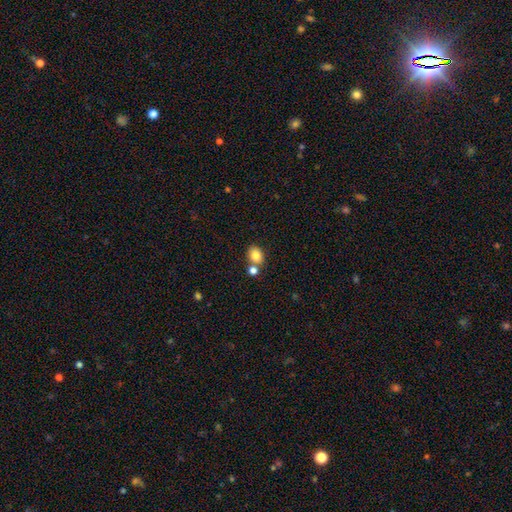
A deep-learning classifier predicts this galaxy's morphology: This appears to be a smooth galaxy with no disk features (83%) that is in between round and cigar-shaped (55%). Merging: none (65%).